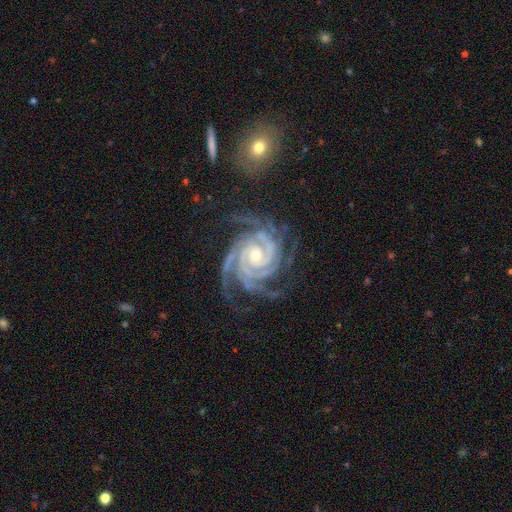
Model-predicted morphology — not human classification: This appears to be a featured or disk galaxy (94%) with no bar (61%), 4 (34%) tight (82%) spiral arms (99%) and a small central bulge (55%). Merging: none (70%).